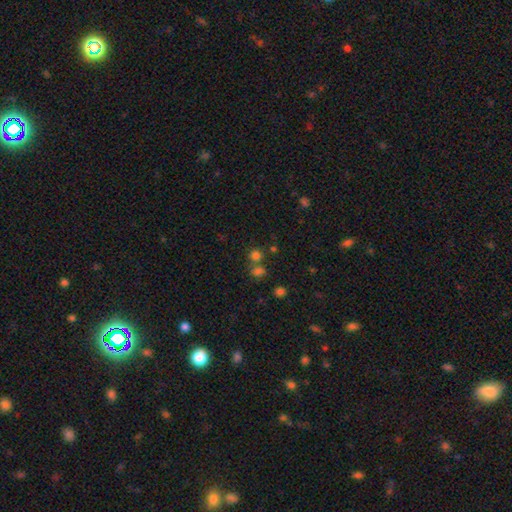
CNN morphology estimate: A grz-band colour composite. It shows a smooth galaxy with no disk features (70%) that is round (87%). Merging: none (61%).